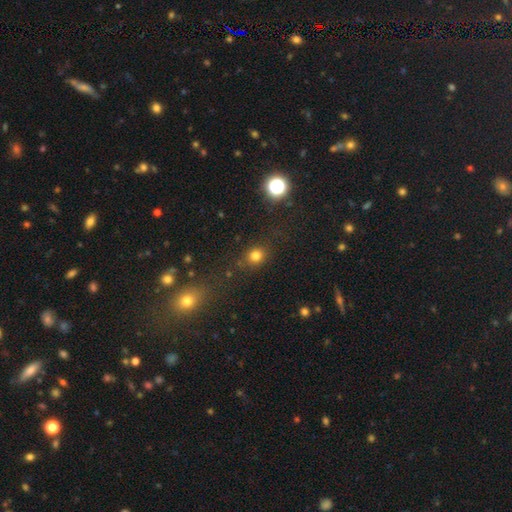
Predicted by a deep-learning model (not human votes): Morphology: type=smooth (77%); roundness=round (79%); merging=none (81%).